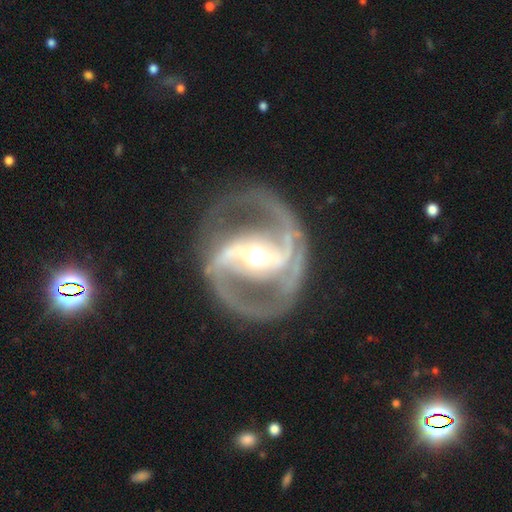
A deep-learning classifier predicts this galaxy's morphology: The model was most divided on "bulge size": moderate: 57%, small: 34%, large: 7%, dominant: 1%, none: 1%. More confident: spiral arms — yes (97%); edge-on disk — no (97%); smooth or featured — featured or disk (92%); spiral arm count — 2 (91%); merging — none (79%); bar — strong (67%); spiral winding — medium (59%).